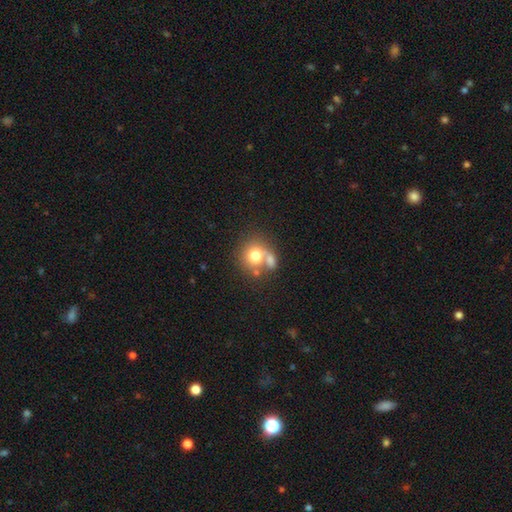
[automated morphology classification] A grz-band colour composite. It shows a smooth galaxy with no disk features (72%) that is round (80%). Merging: merger (41%, tied with none).